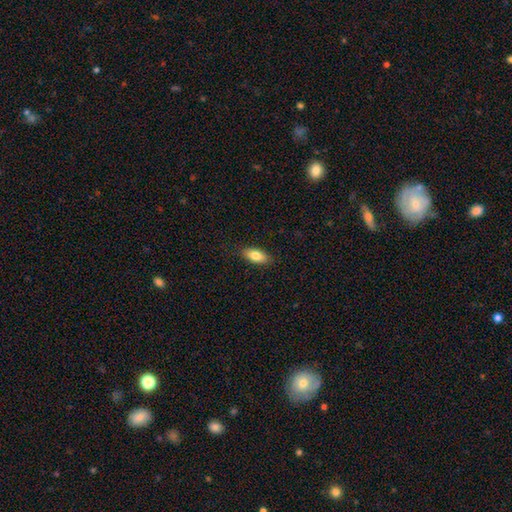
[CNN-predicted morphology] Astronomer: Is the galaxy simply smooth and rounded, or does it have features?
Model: smooth — 82%.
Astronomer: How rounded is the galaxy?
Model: in between — 87%.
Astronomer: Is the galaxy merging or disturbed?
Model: none — 88%.